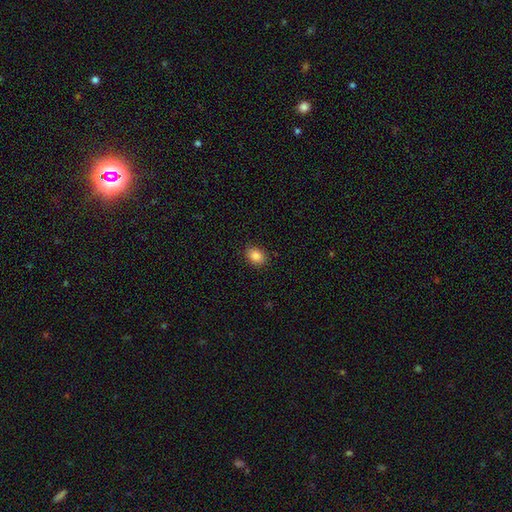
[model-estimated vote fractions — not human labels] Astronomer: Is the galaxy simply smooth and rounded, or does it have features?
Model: smooth — 87%.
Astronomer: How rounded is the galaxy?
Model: in between — 73%.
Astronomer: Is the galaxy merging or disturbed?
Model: none — 87%.